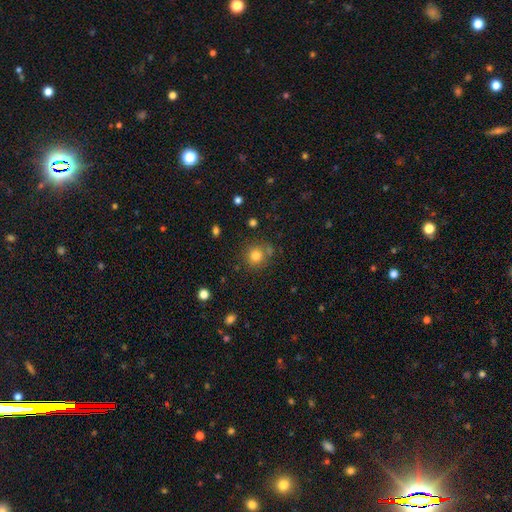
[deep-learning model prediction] Smooth or featured?
  - smooth: 80% *
  - star or artifact: 13%
  - featured or disk: 7%
How rounded?
  - round: 89% *
  - in between: 10%
  - cigar-shaped: 1%
Merging?
  - none: 75% *
  - minor disturbance: 12%
  - merger: 9%
  - major disturbance: 4%